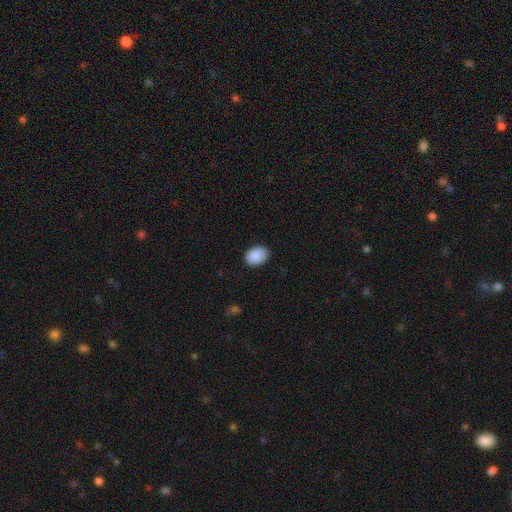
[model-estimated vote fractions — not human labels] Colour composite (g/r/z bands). It shows a smooth galaxy with no disk features (90%) that is in between round and cigar-shaped (76%). Merging: none (87%).